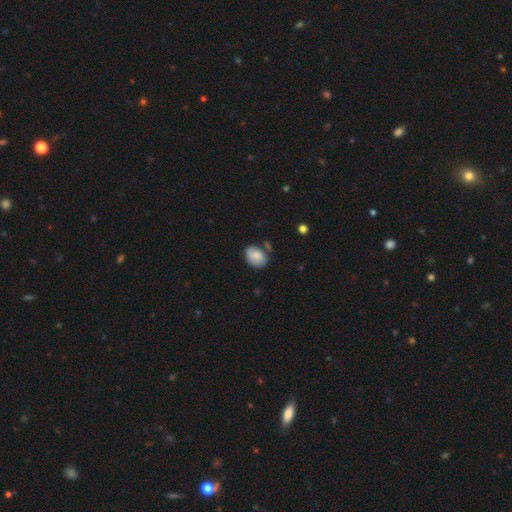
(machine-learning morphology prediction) The model was most divided on "how rounded": in between: 62%, round: 37%, cigar-shaped: 1%. More confident: smooth or featured — smooth (80%); merging — none (62%).